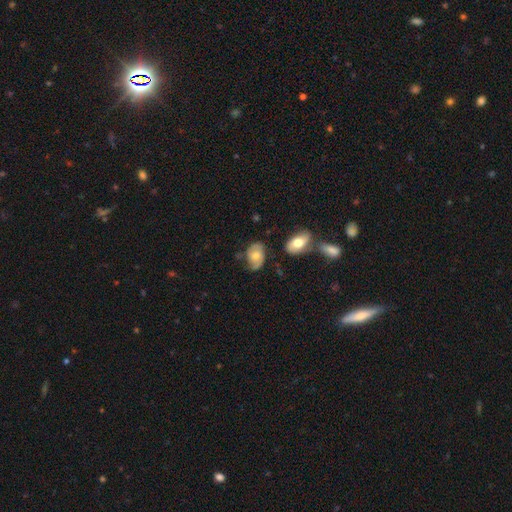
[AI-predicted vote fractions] smooth 46% (tied), featured or disk 46% (tied), star or artifact 8%. Down the decision tree: merging — none (54%).